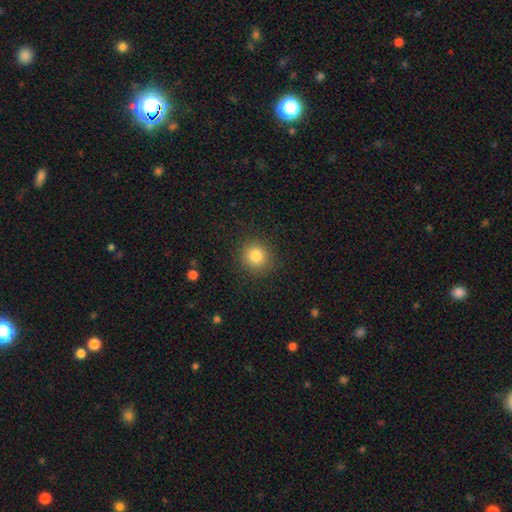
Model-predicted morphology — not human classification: Overall: smooth (83%). How rounded: round (90%). Merging: none (88%).